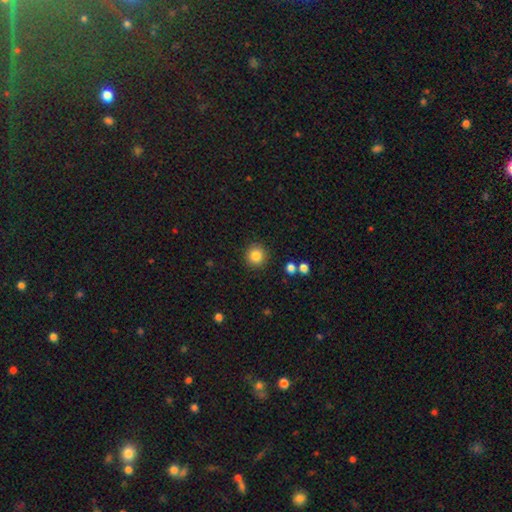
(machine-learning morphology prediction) smooth_or_featured: smooth (p=0.84) [alt: star or artifact p=0.10]
how_rounded: round (p=0.93) [alt: in between p=0.06]
merging: none (p=0.90) [alt: minor disturbance p=0.06]